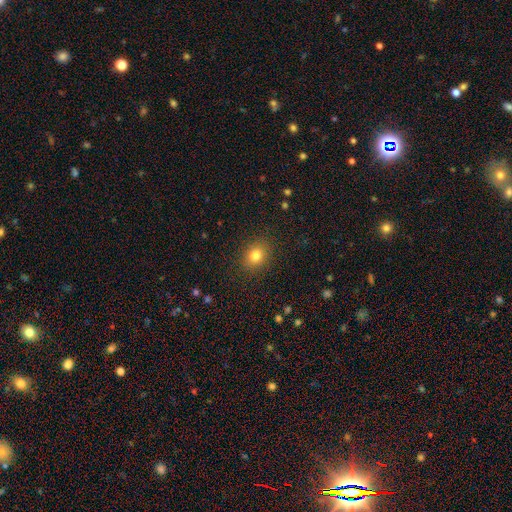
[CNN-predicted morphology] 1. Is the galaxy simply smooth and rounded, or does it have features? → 81% smooth, 12% star or artifact, 7% featured or disk.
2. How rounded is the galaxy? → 56% round, 43% in between, 1% cigar-shaped.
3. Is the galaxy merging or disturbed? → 88% none, 8% minor disturbance, 3% major disturbance, 1% merger.